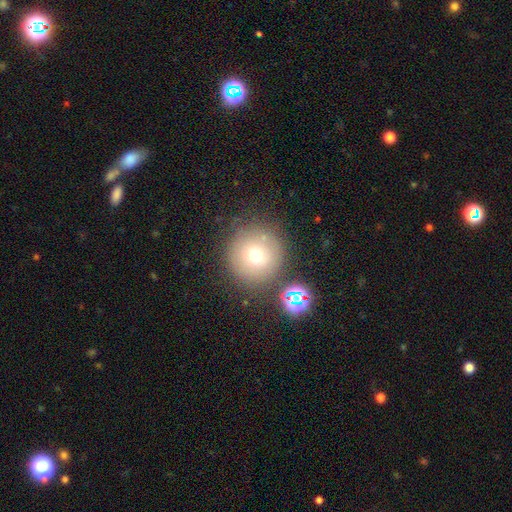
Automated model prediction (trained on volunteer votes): Smooth or featured?
  - smooth: 69% *
  - star or artifact: 17%
  - featured or disk: 14%
How rounded?
  - round: 95% *
  - in between: 4%
  - cigar-shaped: 1%
Merging?
  - none: 78% *
  - minor disturbance: 10%
  - merger: 8%
  - major disturbance: 4%